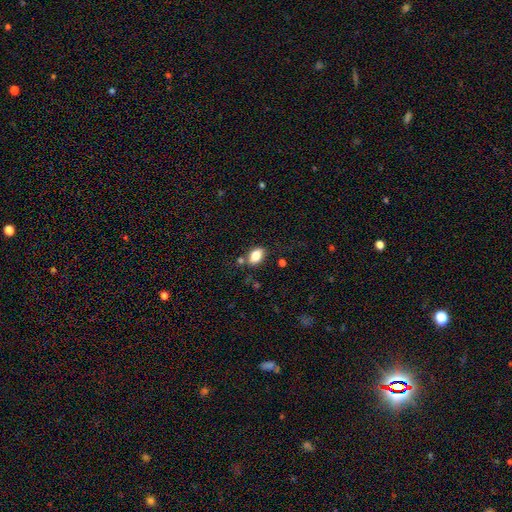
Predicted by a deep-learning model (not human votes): smooth-or-featured: smooth: 83% | featured or disk: 9% | star or artifact: 8%
  how-rounded: in between: 86% | round: 12% | cigar-shaped: 2%
  merging: none: 74% | minor disturbance: 14% | merger: 9% | major disturbance: 4%